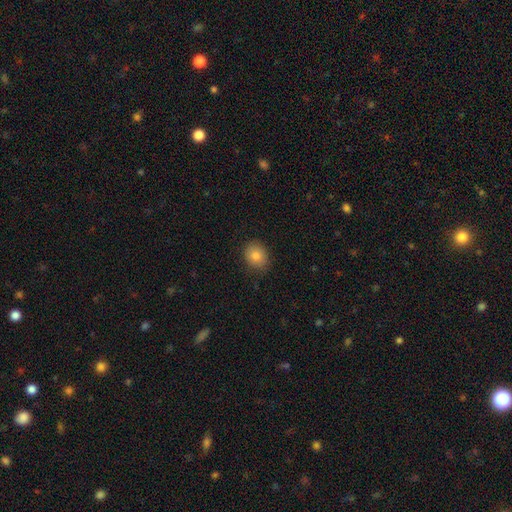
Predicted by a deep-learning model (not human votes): Smooth or featured? smooth (83%)
How rounded? round (60%)
Merging? none (86%)